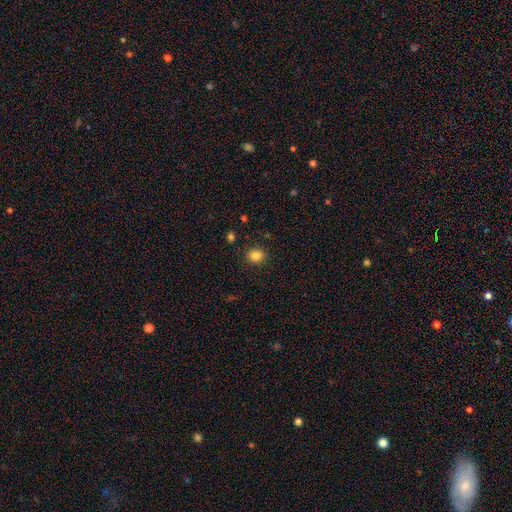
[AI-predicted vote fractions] Smooth or featured? smooth (84%)
How rounded? round (80%)
Merging? none (90%)